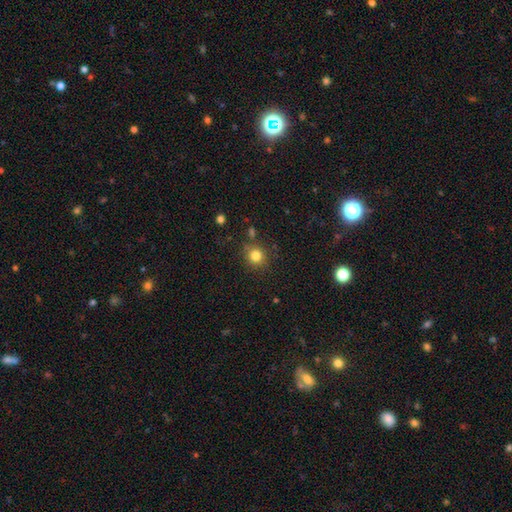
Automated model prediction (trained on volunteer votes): smooth 81%, star or artifact 13%, featured or disk 6%. Down the decision tree: how rounded — round (89%); merging — none (82%).